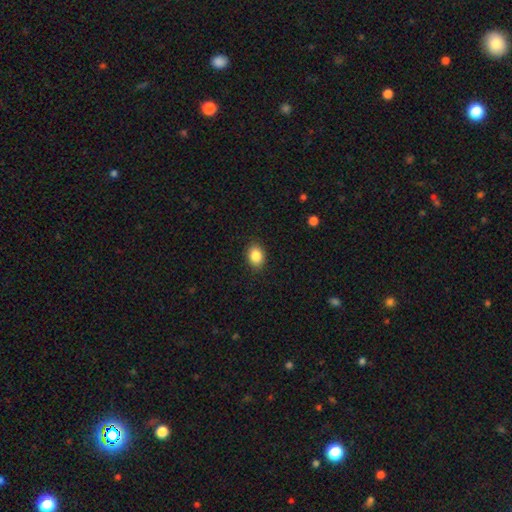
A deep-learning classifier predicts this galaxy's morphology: The model was most divided on "how rounded": in between: 62%, round: 37%, cigar-shaped: 1%. More confident: merging — none (89%); smooth or featured — smooth (86%).